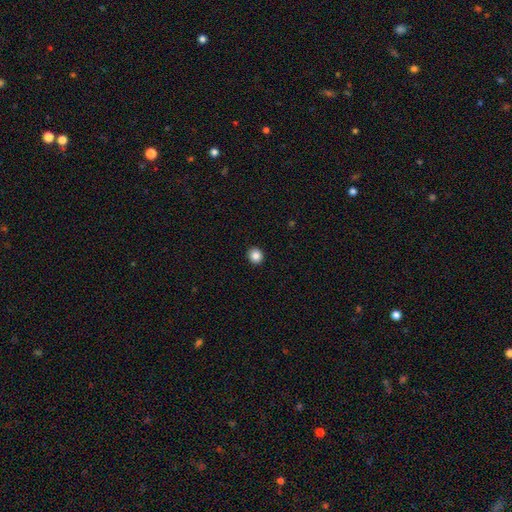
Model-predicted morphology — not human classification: The model was most divided on "smooth or featured": smooth: 85%, star or artifact: 10%, featured or disk: 4%. More confident: merging — none (93%); how rounded — round (89%).